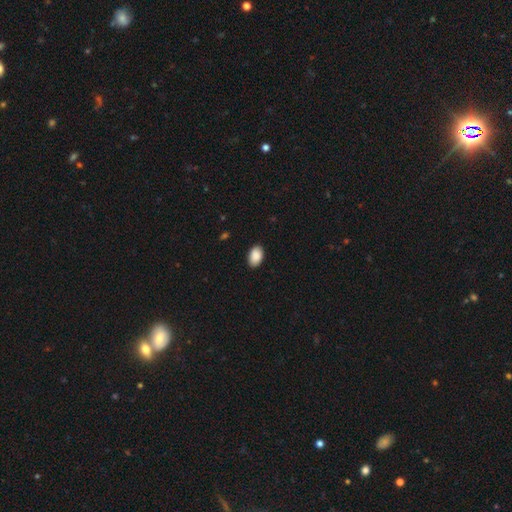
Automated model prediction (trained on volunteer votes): Q: Smooth or featured?
A: smooth (90%); runner-up: star or artifact (7%)
Q: How rounded?
A: in between (91%); runner-up: round (8%)
Q: Merging?
A: none (88%); runner-up: minor disturbance (9%)